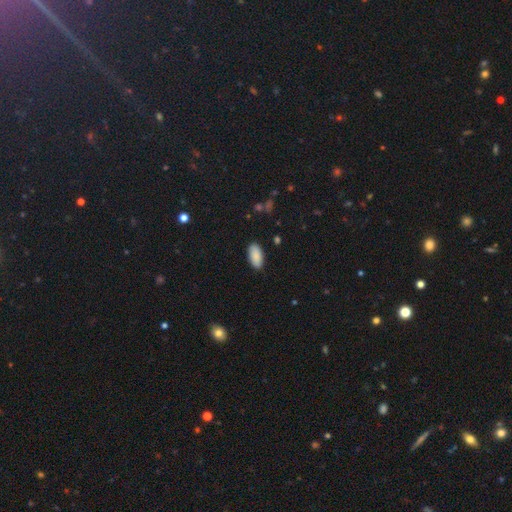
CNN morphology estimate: Q: Smooth or featured?
A: smooth (89%); runner-up: star or artifact (6%)
Q: How rounded?
A: in between (93%); runner-up: cigar-shaped (5%)
Q: Merging?
A: none (86%); runner-up: minor disturbance (11%)